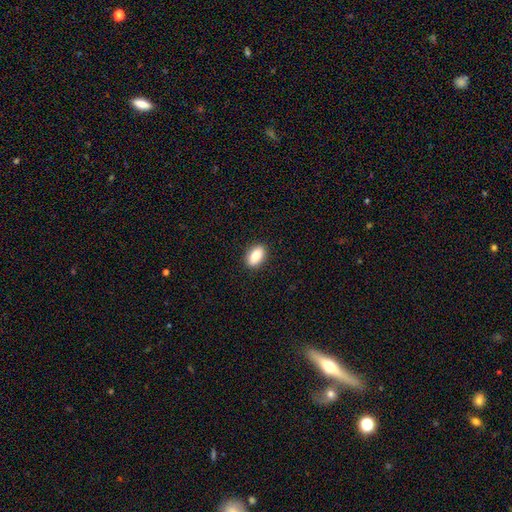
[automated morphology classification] Overall: smooth (87%). How rounded: in between (91%). Merging: none (90%).